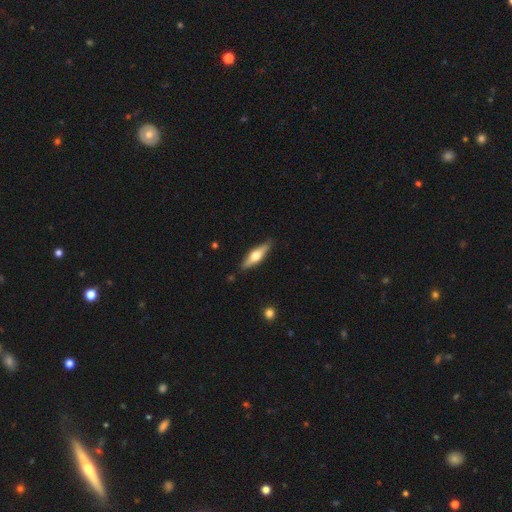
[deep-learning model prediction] A featured or disk galaxy (54%) viewed edge-on (93%) with a rounded central bulge (94%). Merging: none (88%).